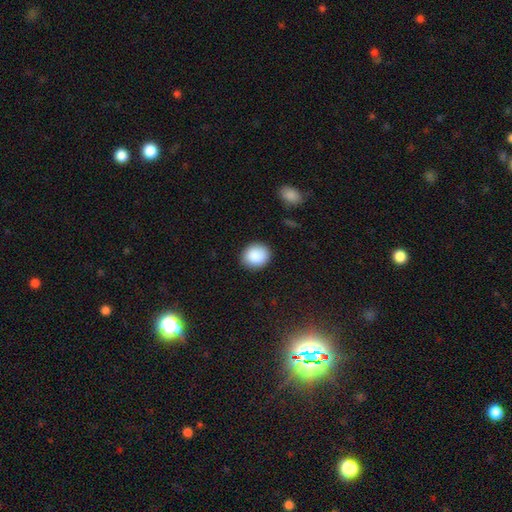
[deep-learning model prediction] smooth_or_featured: smooth (p=0.89) [alt: star or artifact p=0.07]
how_rounded: round (p=0.73) [alt: in between p=0.26]
merging: none (p=0.87) [alt: minor disturbance p=0.09]